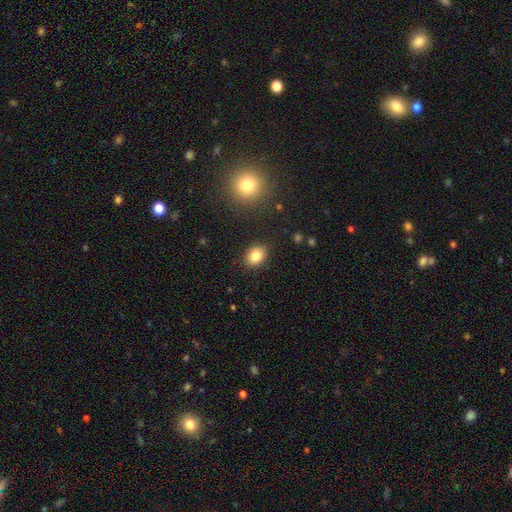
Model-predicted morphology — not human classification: A smooth galaxy with no disk features (84%) that is in between round and cigar-shaped (64%).

Vote fractions:
- Smooth or featured? smooth: 84% / star or artifact: 10% / featured or disk: 7%
- How rounded? in between: 64% / round: 35% / cigar-shaped: 1%
- Merging? none: 88% / minor disturbance: 8% / major disturbance: 2% / merger: 1%